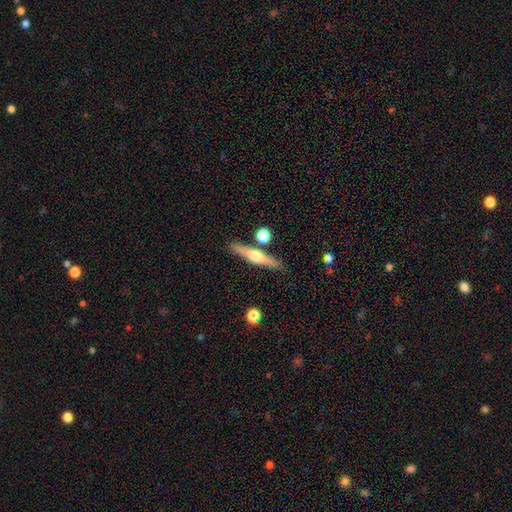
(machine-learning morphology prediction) Smooth or featured? Predicted: featured or disk (p=0.67). Edge-on disk? Predicted: yes (p=0.97). Edge-on bulge? Predicted: rounded (p=0.93). Merging? Predicted: none (p=0.83).